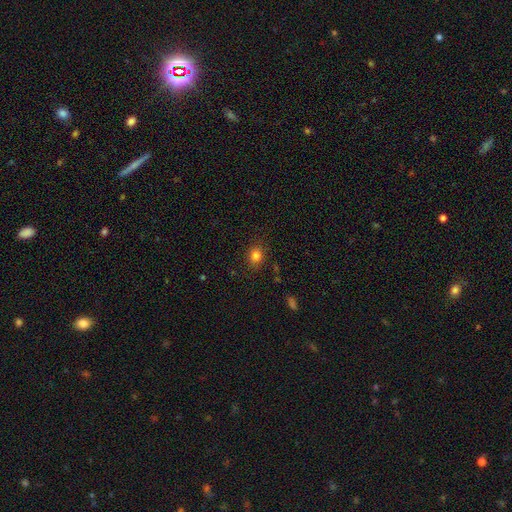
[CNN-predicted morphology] Smooth or featured: smooth — 82% (star or artifact — 12%)
How rounded: round — 61% (in between — 38%)
Merging: none — 86% (minor disturbance — 10%)